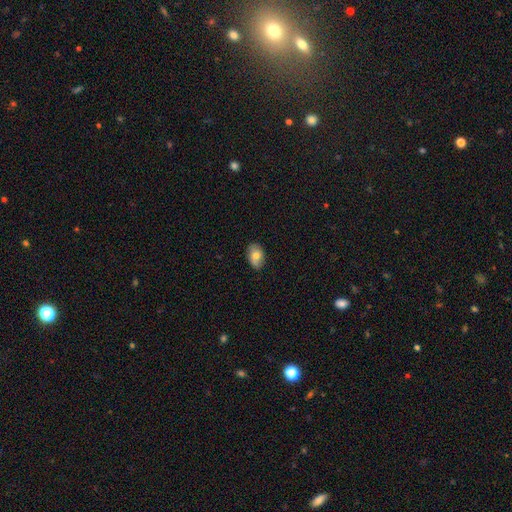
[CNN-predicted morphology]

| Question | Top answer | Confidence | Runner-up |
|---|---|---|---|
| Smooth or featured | smooth | 72% | featured or disk (20%) |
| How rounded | in between | 86% | round (13%) |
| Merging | none | 78% | minor disturbance (18%) |